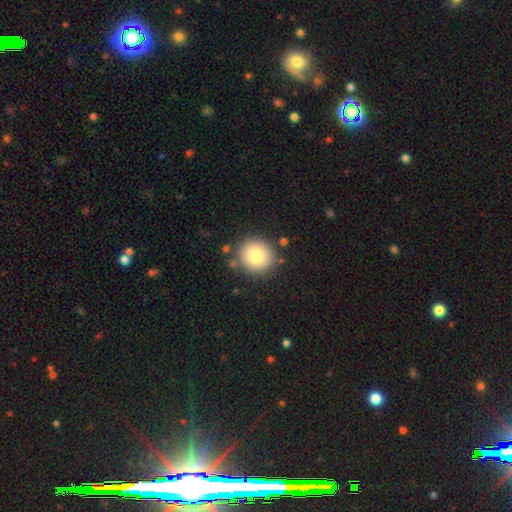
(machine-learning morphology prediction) smooth-or-featured: smooth: 80% | featured or disk: 11% | star or artifact: 10%
  how-rounded: round: 93% | in between: 6% | cigar-shaped: 1%
  merging: none: 85% | minor disturbance: 9% | merger: 4% | major disturbance: 3%